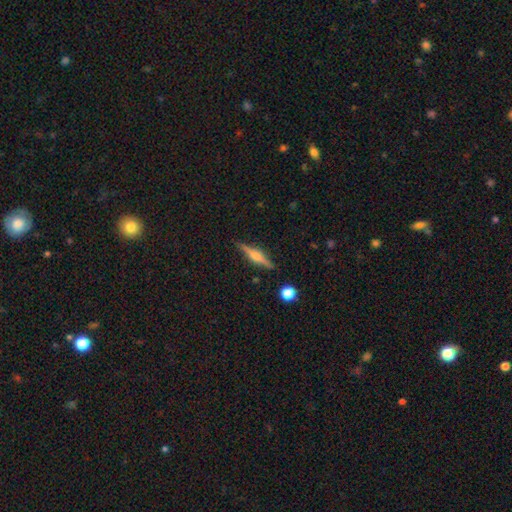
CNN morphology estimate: A featured or disk galaxy (75%) viewed edge-on (98%) with a rounded central bulge (89%). Merging: none (90%).